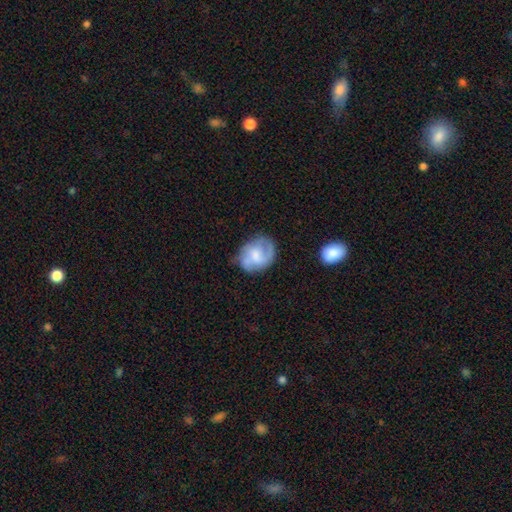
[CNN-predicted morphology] Smooth or featured?
  - featured or disk: 55% *
  - smooth: 38%
  - star or artifact: 7%
Edge-on disk?
  - no: 98% *
  - yes: 2%
Bar?
  - no: 58% *
  - weak: 36%
  - strong: 6%
Spiral arms?
  - yes: 79% *
  - no: 21%
Bulge size?
  - moderate: 38% *
  - small: 29%
  - none: 20%
  - large: 12%
  - dominant: 2%
Merging?
  - none: 60% *
  - minor disturbance: 25%
  - major disturbance: 12%
  - merger: 3%